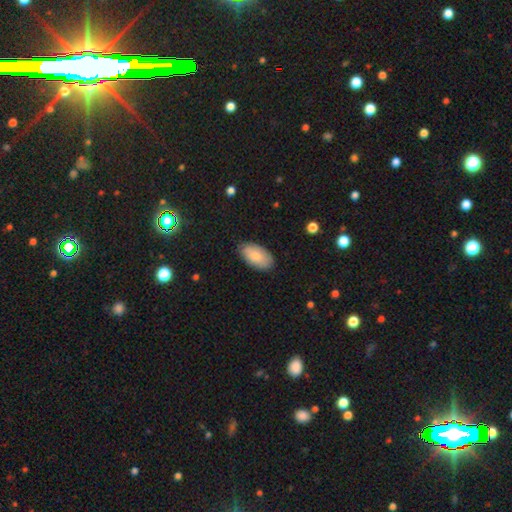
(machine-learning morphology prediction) smooth 80%, featured or disk 14%, star or artifact 6%. Down the decision tree: how rounded — in between (95%); merging — none (84%).